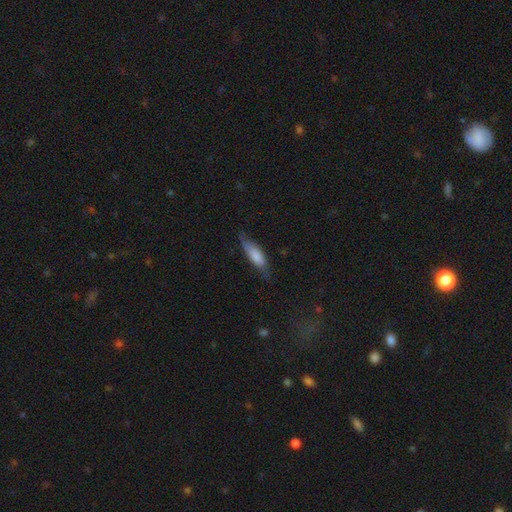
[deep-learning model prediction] smooth 74%, featured or disk 20%, star or artifact 6%. Down the decision tree: how rounded — in between (53%); merging — none (61%).